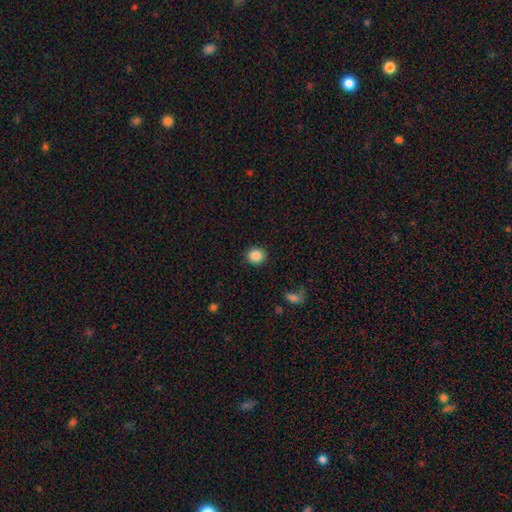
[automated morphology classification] This appears to be a smooth galaxy with no disk features (87%) that is round (83%). Merging: none (90%).